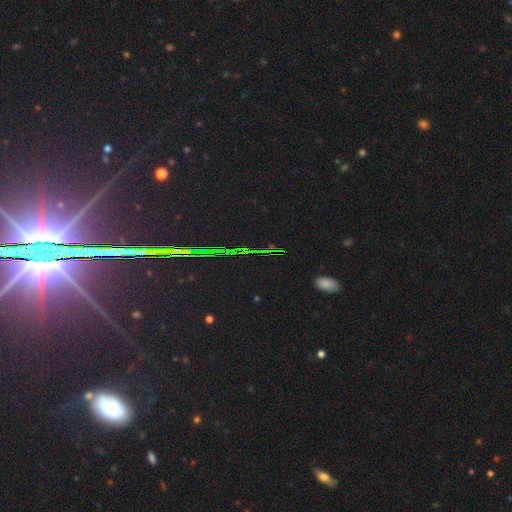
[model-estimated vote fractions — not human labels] Smooth or featured? Predicted: star or artifact (p=0.80).